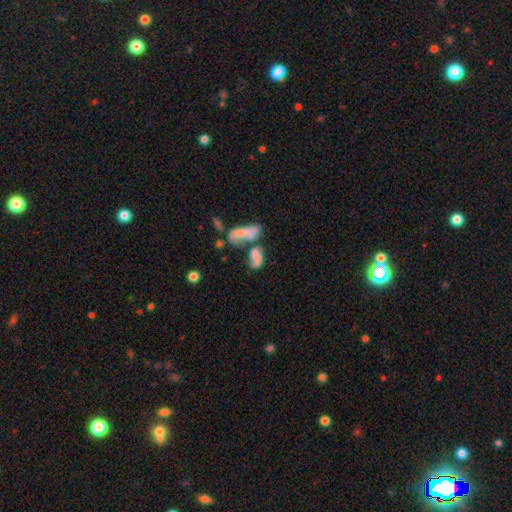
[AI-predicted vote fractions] Q: Smooth or featured?
A: smooth (48%); runner-up: featured or disk (38%)
Q: Merging?
A: merger (57%); runner-up: none (21%)